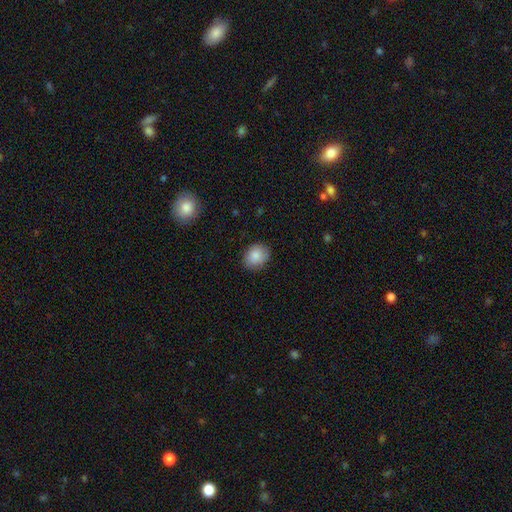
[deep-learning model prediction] Morphology: type=smooth (85%); roundness=in between (53%); merging=none (84%).